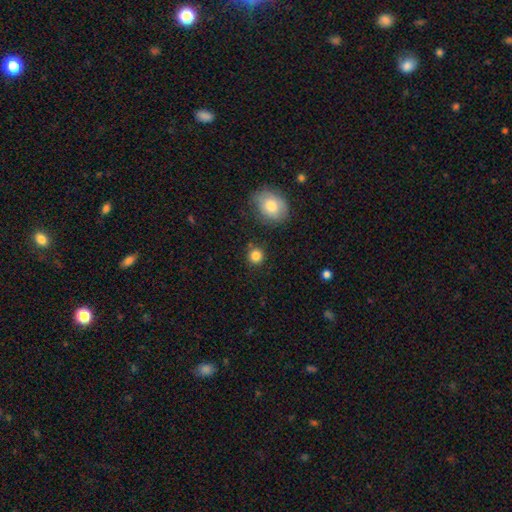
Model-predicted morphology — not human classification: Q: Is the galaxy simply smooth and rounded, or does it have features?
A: smooth — 85%.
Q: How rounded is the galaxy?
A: round — 90%.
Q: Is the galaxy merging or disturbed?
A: none — 84%.